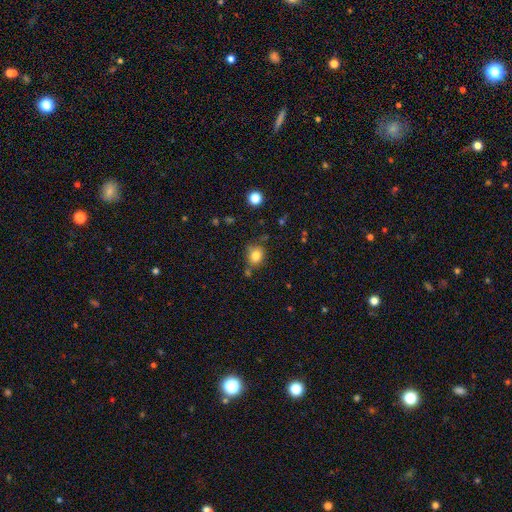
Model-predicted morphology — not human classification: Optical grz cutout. It shows a smooth galaxy with no disk features (82%) that is round (66%). Merging: none (71%).